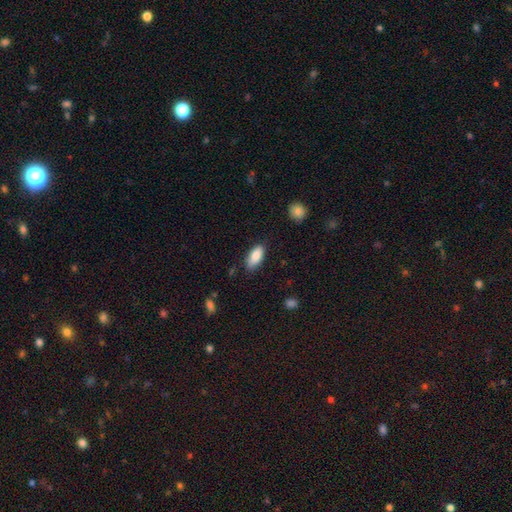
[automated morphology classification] smooth 86%, featured or disk 7%, star or artifact 7%. Down the decision tree: how rounded — in between (88%); merging — none (80%).